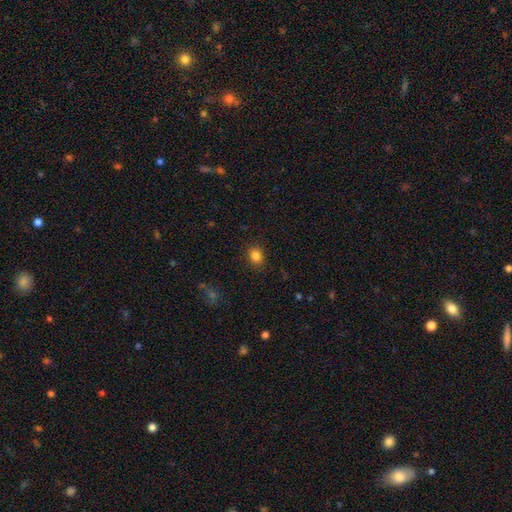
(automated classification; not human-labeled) This appears to be a smooth galaxy with no disk features (84%) that is round (56%). Merging: none (87%).